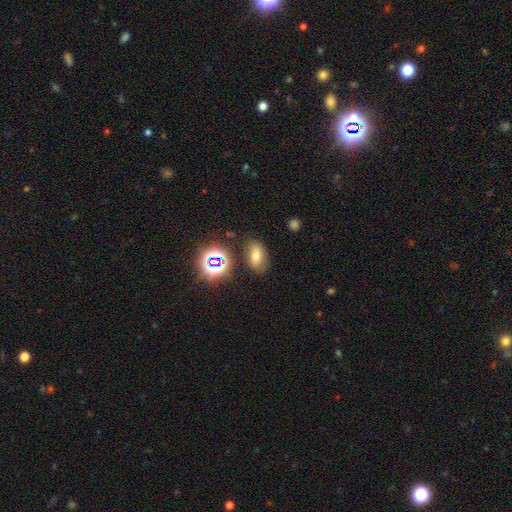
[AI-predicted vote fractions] A smooth galaxy with no disk features (63%) that is in between round and cigar-shaped (85%). Merging: none (79%).